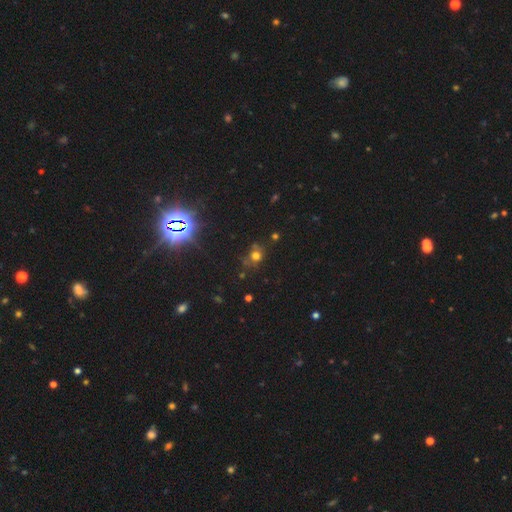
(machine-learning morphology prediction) This is possibly a smooth galaxy (56%). How rounded: likely round (76%). Merging: likely none (66%).